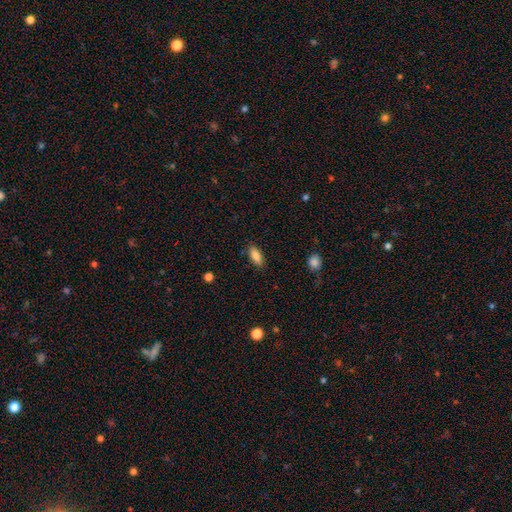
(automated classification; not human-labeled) This appears to be a smooth galaxy with no disk features (85%) that is in between round and cigar-shaped (83%). Merging: none (87%).